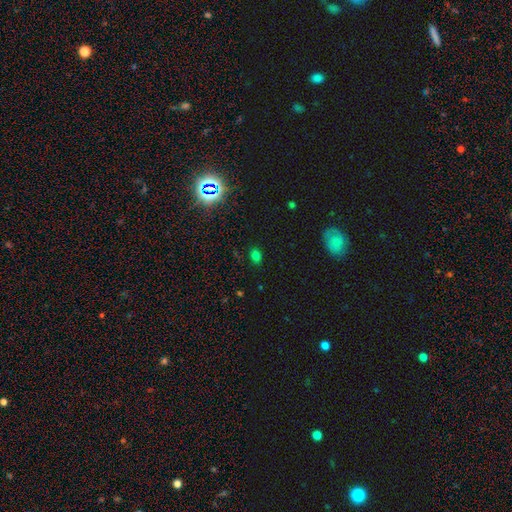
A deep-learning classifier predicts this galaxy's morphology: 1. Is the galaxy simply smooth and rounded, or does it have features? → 69% smooth, 26% star or artifact, 5% featured or disk.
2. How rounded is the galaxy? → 78% in between, 20% round, 2% cigar-shaped.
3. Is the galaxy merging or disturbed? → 84% none, 11% minor disturbance, 3% major disturbance, 2% merger.